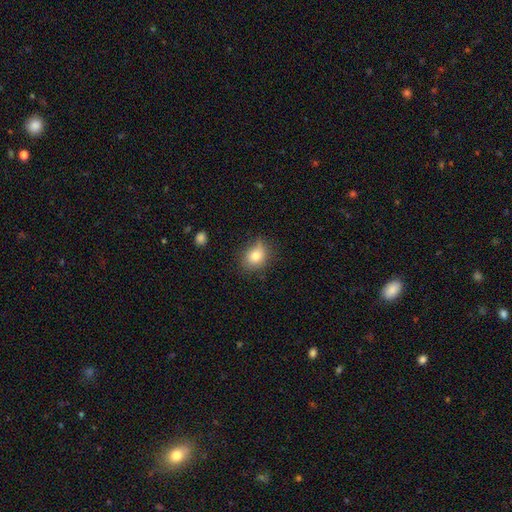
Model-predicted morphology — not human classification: Smooth or featured? smooth (78%)
How rounded? round (50%)
Merging? none (62%)